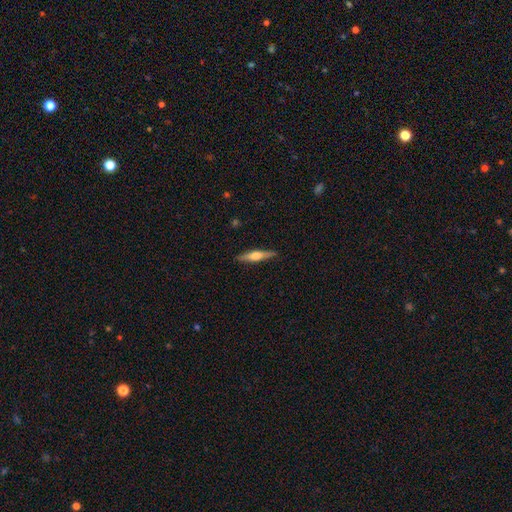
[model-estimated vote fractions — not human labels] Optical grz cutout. It shows a featured or disk galaxy (54%) viewed edge-on (96%) with a rounded central bulge (90%). Merging: none (90%).